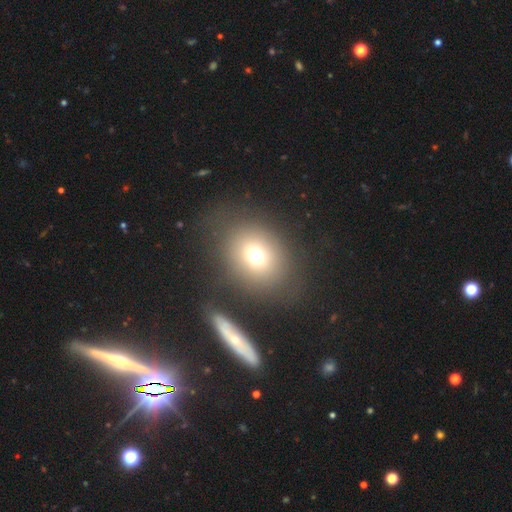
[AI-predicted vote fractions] This is likely a smooth galaxy (70%). How rounded: likely round (64%). Merging: likely none (71%).